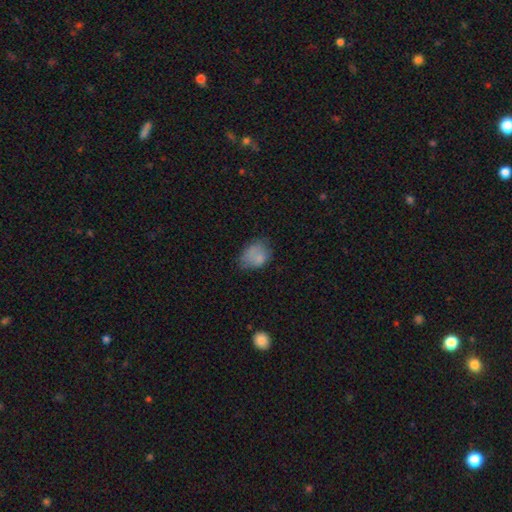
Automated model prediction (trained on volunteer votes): Smooth or featured?
  - smooth: 75% *
  - featured or disk: 14%
  - star or artifact: 11%
How rounded?
  - in between: 69% *
  - round: 30%
  - cigar-shaped: 1%
Merging?
  - none: 47% *
  - minor disturbance: 33%
  - major disturbance: 15%
  - merger: 5%